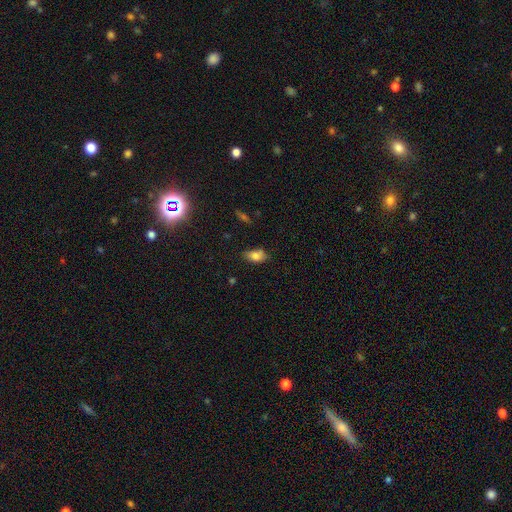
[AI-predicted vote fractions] This is clearly a smooth galaxy (80%). How rounded: clearly in between (89%). Merging: likely none (70%).